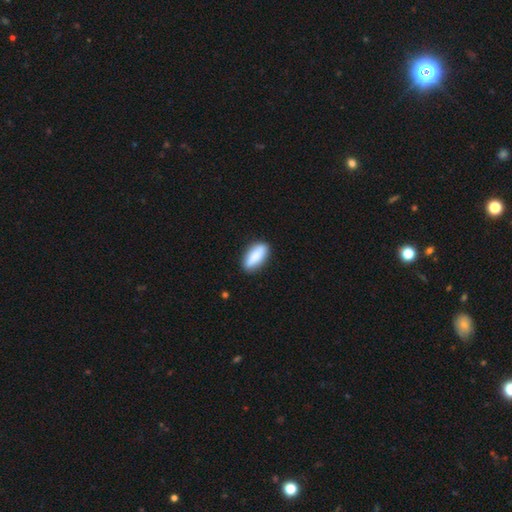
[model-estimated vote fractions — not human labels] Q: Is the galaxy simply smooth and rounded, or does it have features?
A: smooth — 82%.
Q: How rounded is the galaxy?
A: in between — 70%.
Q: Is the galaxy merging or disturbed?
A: none — 87%.